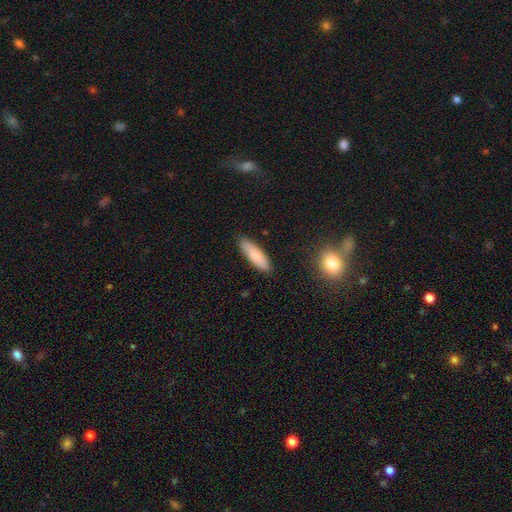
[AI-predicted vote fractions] smooth-or-featured: smooth: 79% | featured or disk: 14% | star or artifact: 6%
  how-rounded: cigar-shaped: 52% | in between: 47% | round: 2%
  merging: none: 85% | minor disturbance: 11% | major disturbance: 2% | merger: 1%